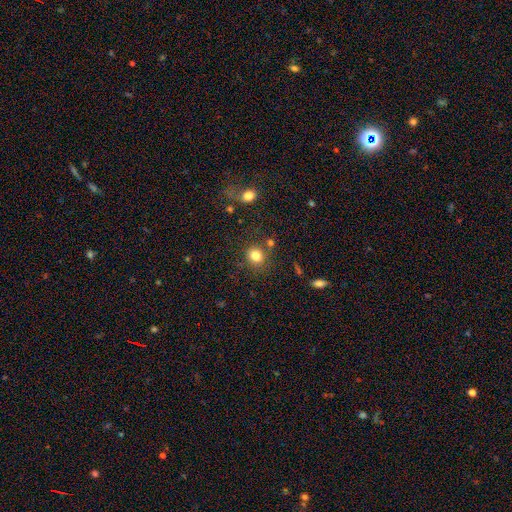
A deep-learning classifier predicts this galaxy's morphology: A smooth galaxy with no disk features (81%) that is round (79%). Merging: none (78%).